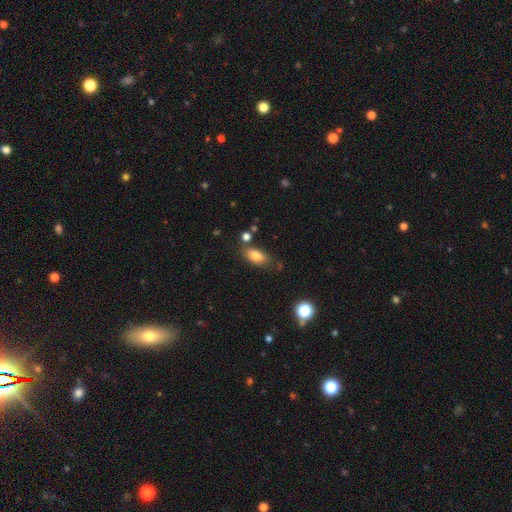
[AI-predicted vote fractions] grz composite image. It shows a smooth galaxy with no disk features (81%) that is in between round and cigar-shaped (87%). Merging: none (71%).